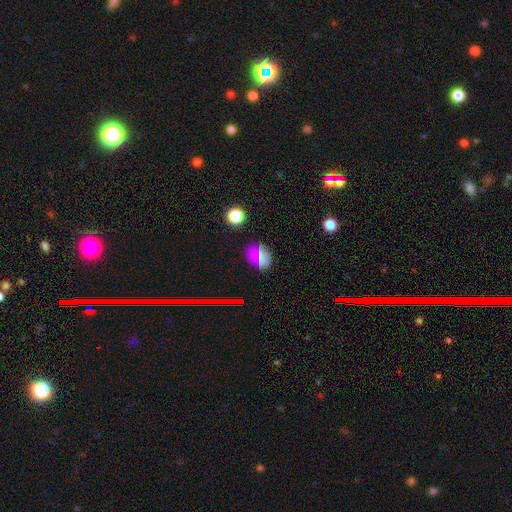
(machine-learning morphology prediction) smooth_or_featured: smooth (p=0.60) [alt: star or artifact p=0.27]
how_rounded: in between (p=0.54) [alt: round p=0.42]
merging: none (p=0.82) [alt: minor disturbance p=0.11]